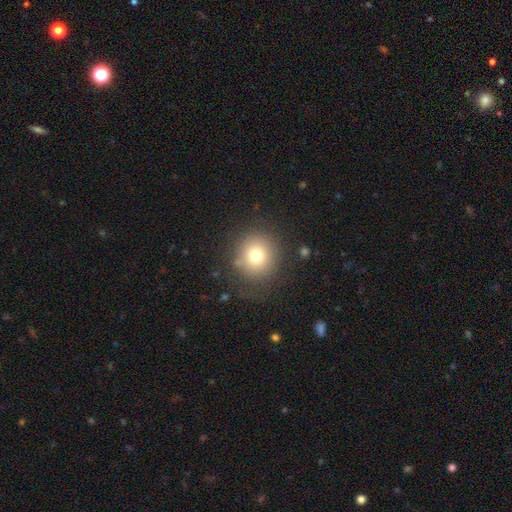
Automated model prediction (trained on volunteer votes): Morphology: type=smooth (76%); roundness=round (91%); merging=none (81%).